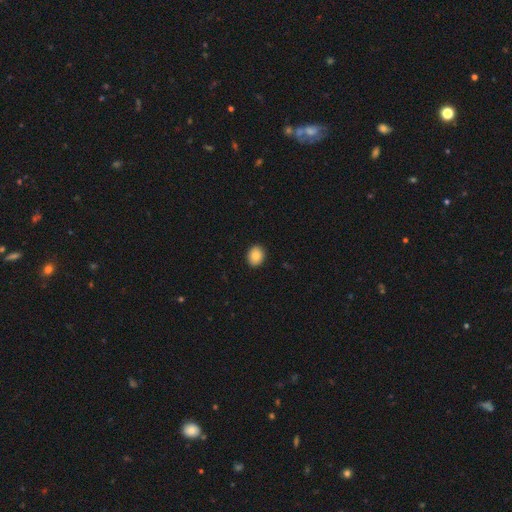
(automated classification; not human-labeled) smooth-or-featured: smooth: 87% | star or artifact: 8% | featured or disk: 5%
  how-rounded: in between: 52% | round: 47% | cigar-shaped: 1%
  merging: none: 91% | minor disturbance: 6% | major disturbance: 2% | merger: 1%